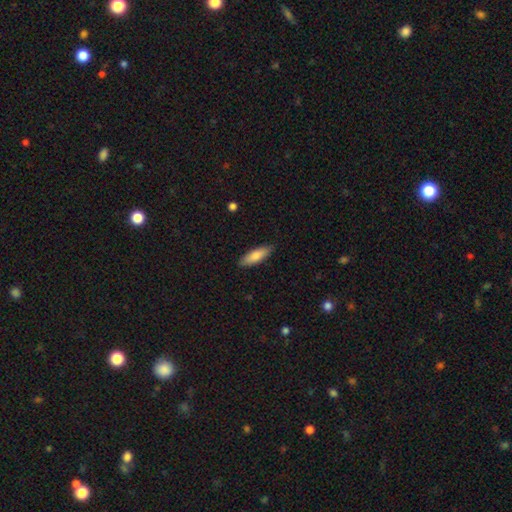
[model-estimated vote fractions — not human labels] Smooth or featured? Predicted: smooth (p=0.82). How rounded? Predicted: in between (p=0.55). Merging? Predicted: none (p=0.88).